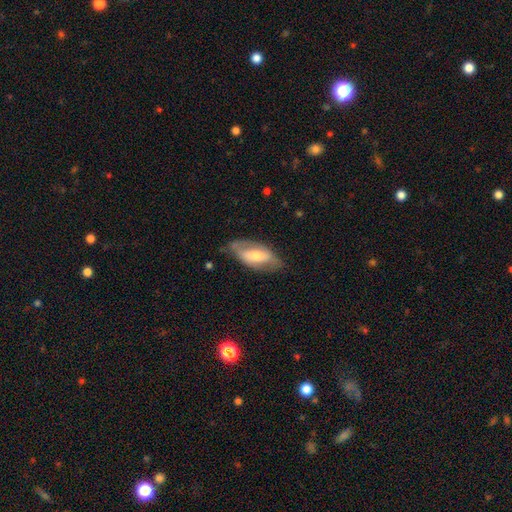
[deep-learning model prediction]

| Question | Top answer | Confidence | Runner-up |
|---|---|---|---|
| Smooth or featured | featured or disk | 53% | smooth (40%) |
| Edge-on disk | no | 82% | yes (18%) |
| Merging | none | 63% | minor disturbance (26%) |